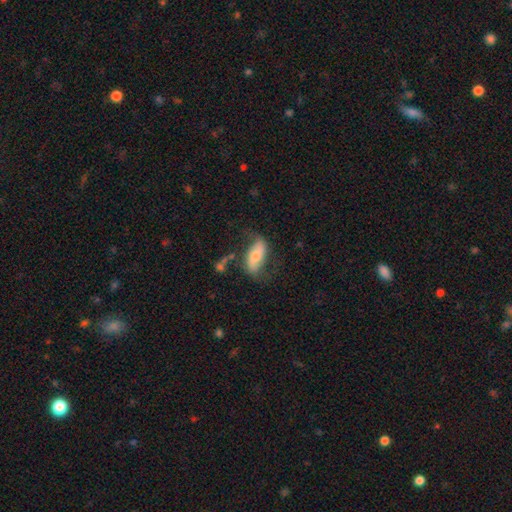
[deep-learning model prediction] featured or disk 52%, smooth 40%, star or artifact 7%. Down the decision tree: edge-on disk — no (87%); merging — none (54%).